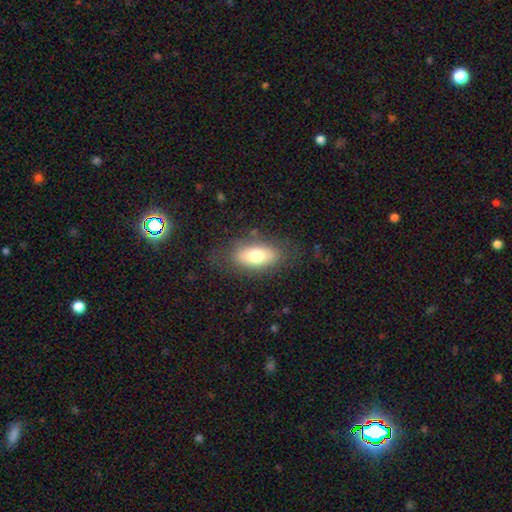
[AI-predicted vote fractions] This appears to be a smooth galaxy with no disk features (70%) that is in between round and cigar-shaped (89%). Merging: none (76%).